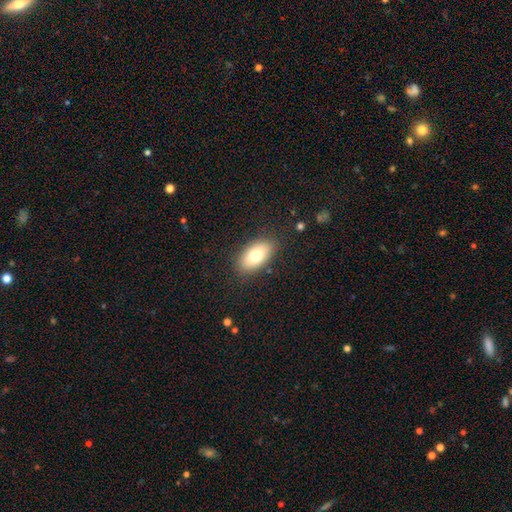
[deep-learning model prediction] Smooth or featured? smooth (75%)
How rounded? in between (92%)
Merging? none (85%)